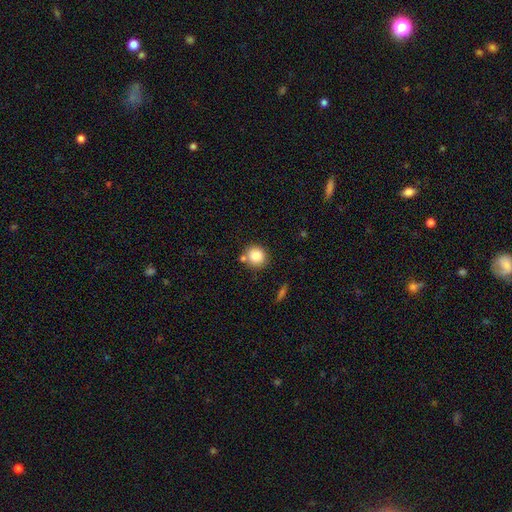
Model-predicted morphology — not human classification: type=smooth (85%); roundness=round (89%); merging=none (74%).